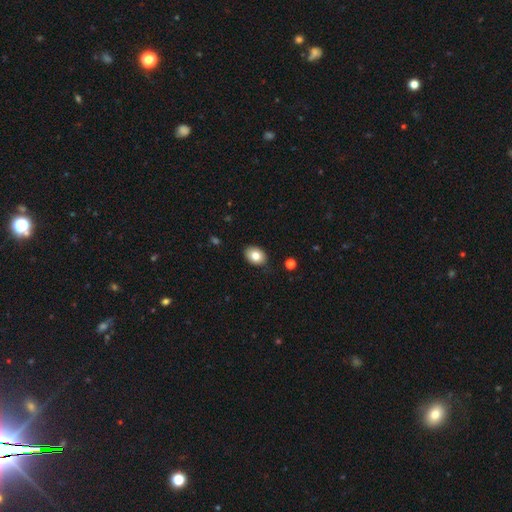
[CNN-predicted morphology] A smooth galaxy with no disk features (82%) that is in between round and cigar-shaped (75%). Merging: none (84%).